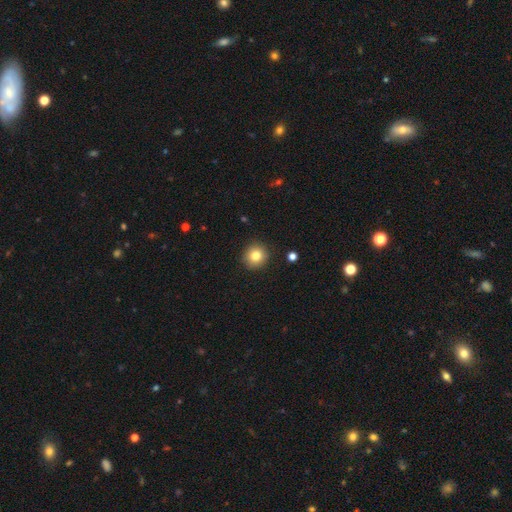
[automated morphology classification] Smooth or featured?
  - smooth: 82% *
  - star or artifact: 11%
  - featured or disk: 8%
How rounded?
  - round: 91% *
  - in between: 8%
  - cigar-shaped: 1%
Merging?
  - none: 91% *
  - minor disturbance: 6%
  - major disturbance: 2%
  - merger: 1%